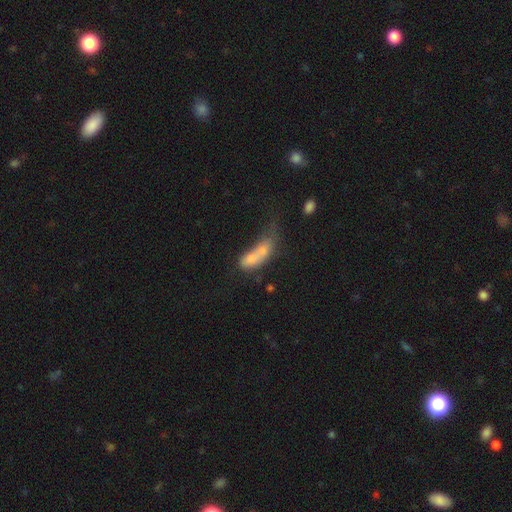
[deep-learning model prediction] Smooth or featured? Predicted: smooth (p=0.62). How rounded? Predicted: in between (p=0.61). Merging? Predicted: merger (p=0.58).